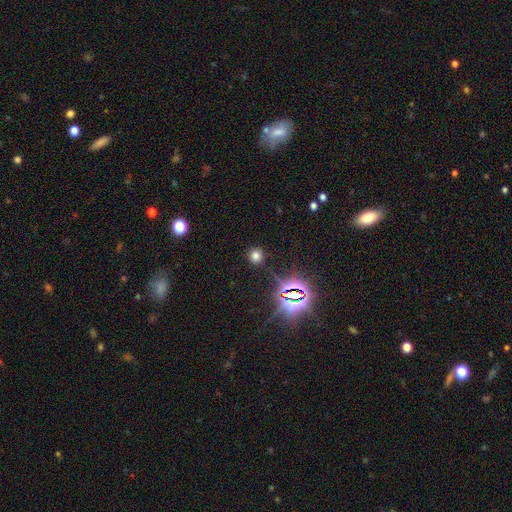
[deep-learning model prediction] Q: Smooth or featured?
A: smooth (66%); runner-up: star or artifact (27%)
Q: How rounded?
A: round (90%); runner-up: in between (8%)
Q: Merging?
A: none (87%); runner-up: minor disturbance (8%)